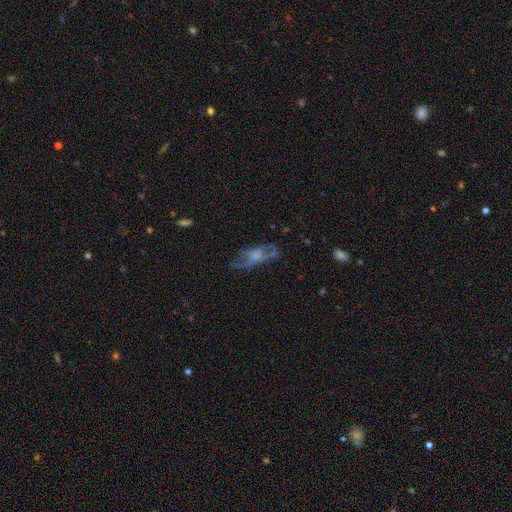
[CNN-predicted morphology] The model was most divided on "smooth or featured": featured or disk: 54%, smooth: 36%, star or artifact: 10%. More confident: edge-on disk — no (75%); merging — none (52%).